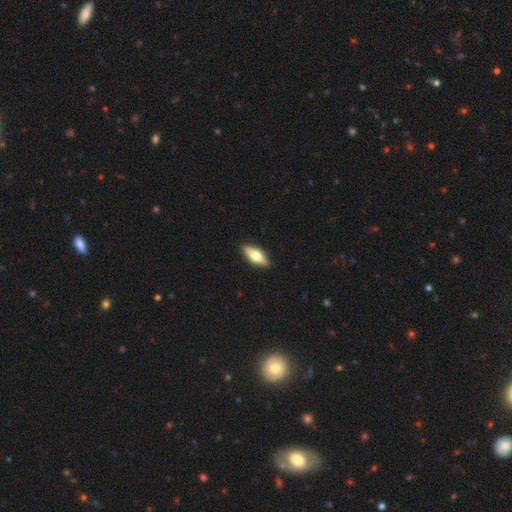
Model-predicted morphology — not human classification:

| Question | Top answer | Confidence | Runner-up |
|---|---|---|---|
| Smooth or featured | smooth | 55% | featured or disk (39%) |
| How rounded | in between | 67% | cigar-shaped (29%) |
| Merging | none | 90% | minor disturbance (7%) |